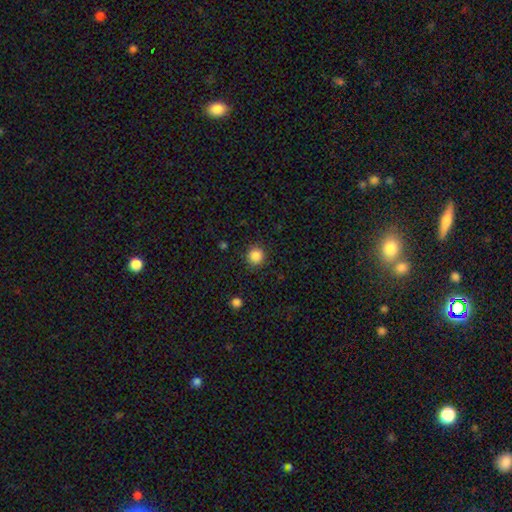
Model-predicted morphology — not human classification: Smooth or featured: smooth — 86% (star or artifact — 10%)
How rounded: round — 94% (in between — 5%)
Merging: none — 90% (minor disturbance — 7%)